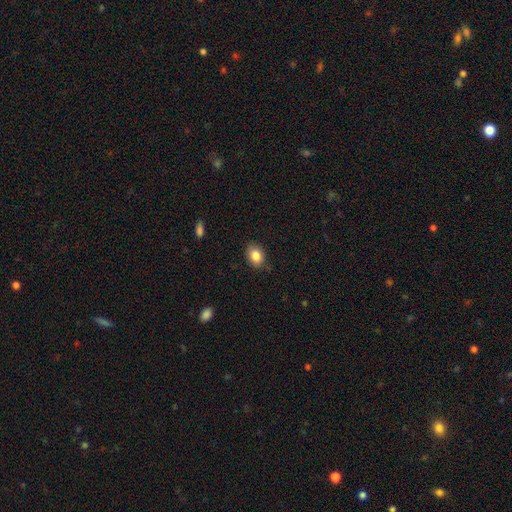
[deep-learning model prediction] Smooth or featured?
  - smooth: 85% *
  - star or artifact: 9%
  - featured or disk: 7%
How rounded?
  - in between: 68% *
  - round: 31%
  - cigar-shaped: 1%
Merging?
  - none: 83% *
  - minor disturbance: 13%
  - major disturbance: 2%
  - merger: 1%